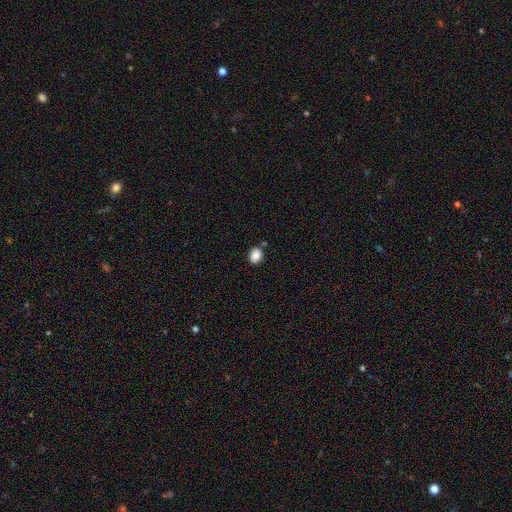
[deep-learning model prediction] This appears to be a smooth galaxy with no disk features (85%) that is in between round and cigar-shaped (59%). Merging: none (75%).